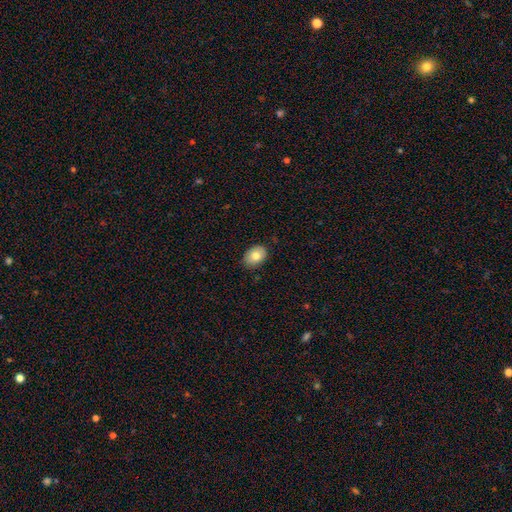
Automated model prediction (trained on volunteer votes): Smooth or featured? smooth (78%)
How rounded? in between (76%)
Merging? none (85%)